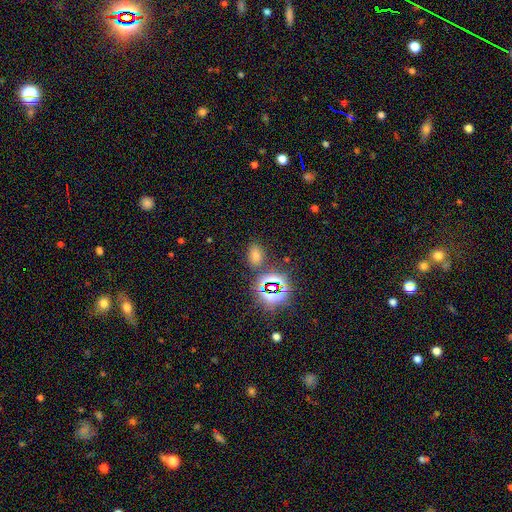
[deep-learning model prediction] Morphology: type=smooth (59%); roundness=in between (84%); merging=none (80%).